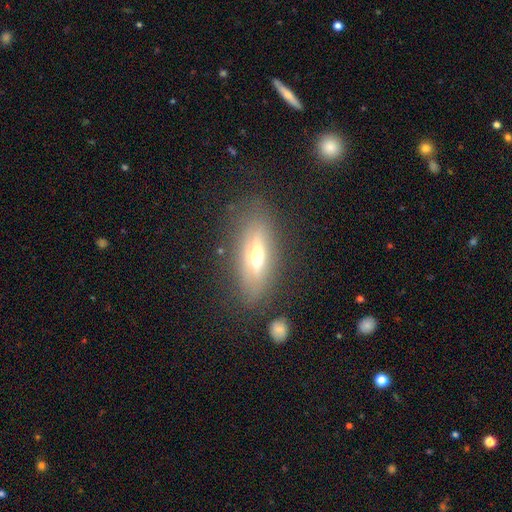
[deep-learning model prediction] Q: Smooth or featured?
A: featured or disk (48%); runner-up: smooth (42%)
Q: Merging?
A: none (76%); runner-up: minor disturbance (14%)